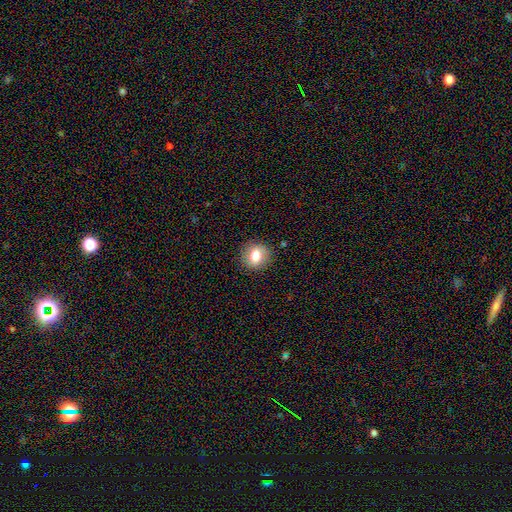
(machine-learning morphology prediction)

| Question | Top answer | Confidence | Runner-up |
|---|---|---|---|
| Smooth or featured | smooth | 75% | featured or disk (15%) |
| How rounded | round | 80% | in between (19%) |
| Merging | none | 87% | minor disturbance (9%) |